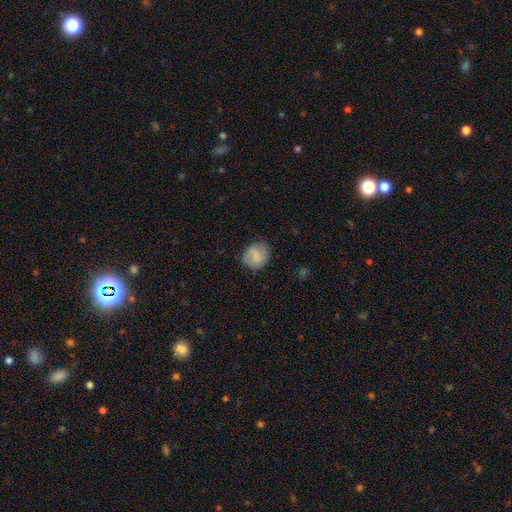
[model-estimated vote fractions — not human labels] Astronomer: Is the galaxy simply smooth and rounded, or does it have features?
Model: smooth — 75%.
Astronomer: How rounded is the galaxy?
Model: round — 63%.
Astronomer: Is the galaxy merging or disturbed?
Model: none — 78%.